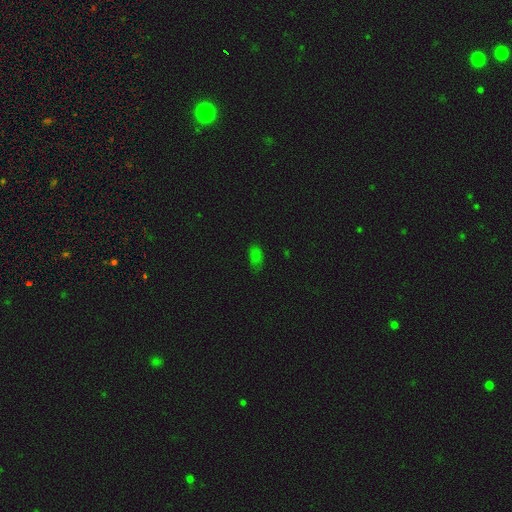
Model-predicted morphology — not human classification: smooth-or-featured: smooth: 77% | star or artifact: 17% | featured or disk: 6%
  how-rounded: in between: 90% | cigar-shaped: 5% | round: 5%
  merging: none: 71% | minor disturbance: 22% | major disturbance: 5% | merger: 2%